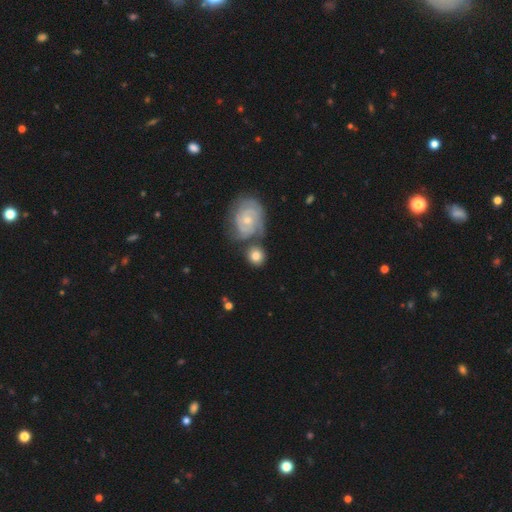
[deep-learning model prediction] A smooth galaxy with no disk features (58%) that is round (79%). Merging: none (63%).